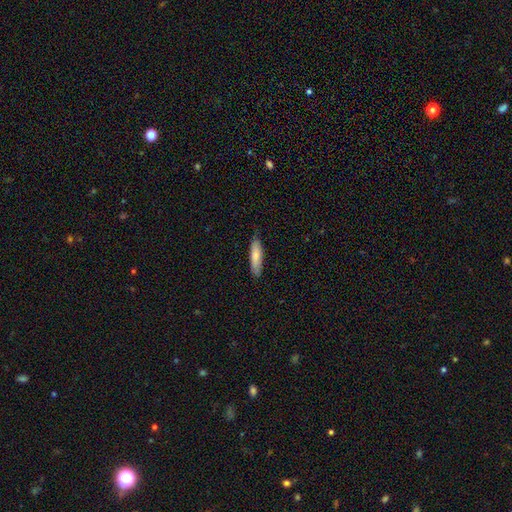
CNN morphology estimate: This is likely a smooth galaxy (75%). How rounded: likely cigar-shaped (71%). Merging: clearly none (81%).